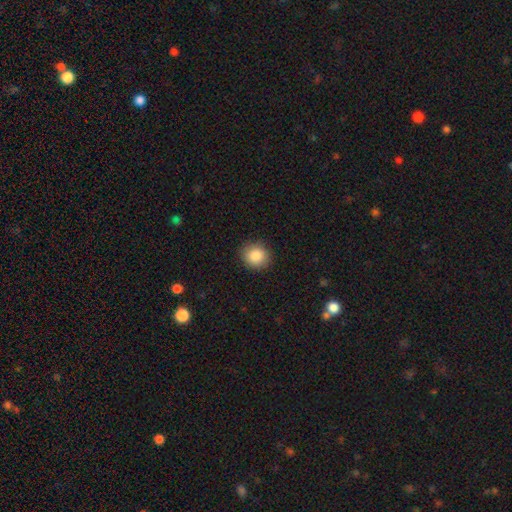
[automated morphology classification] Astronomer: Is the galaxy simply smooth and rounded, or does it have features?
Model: smooth — 86%.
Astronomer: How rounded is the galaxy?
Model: round — 83%.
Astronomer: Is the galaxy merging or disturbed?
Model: none — 89%.